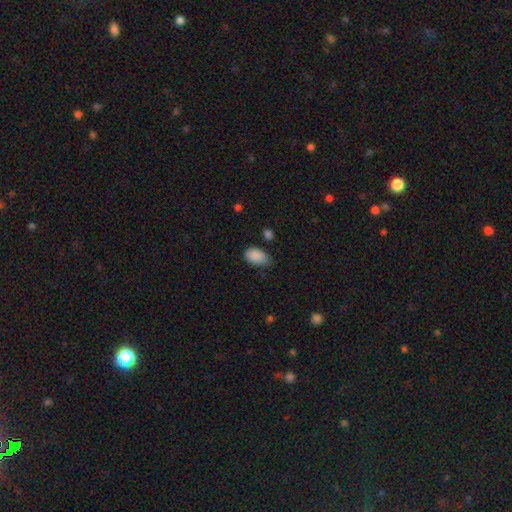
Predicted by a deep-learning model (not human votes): smooth_or_featured: smooth (p=0.88) [alt: star or artifact p=0.08]
how_rounded: in between (p=0.91) [alt: round p=0.07]
merging: none (p=0.62) [alt: minor disturbance p=0.31]